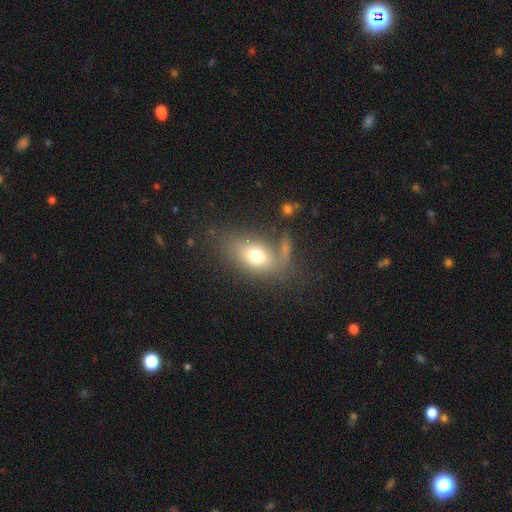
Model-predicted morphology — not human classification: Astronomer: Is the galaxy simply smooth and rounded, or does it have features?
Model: smooth — 71%.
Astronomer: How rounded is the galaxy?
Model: in between — 83%.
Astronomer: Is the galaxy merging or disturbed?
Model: none — 56%.